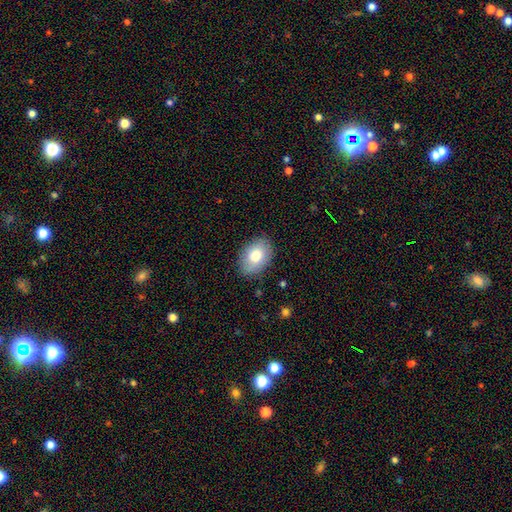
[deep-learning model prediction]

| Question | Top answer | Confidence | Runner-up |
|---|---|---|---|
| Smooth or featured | smooth | 78% | featured or disk (15%) |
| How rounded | in between | 84% | round (15%) |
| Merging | none | 85% | minor disturbance (11%) |